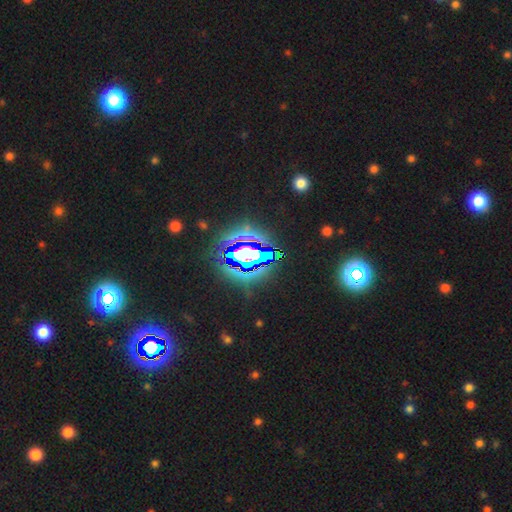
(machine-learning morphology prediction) smooth_or_featured: star or artifact (p=0.72) [alt: smooth p=0.15]